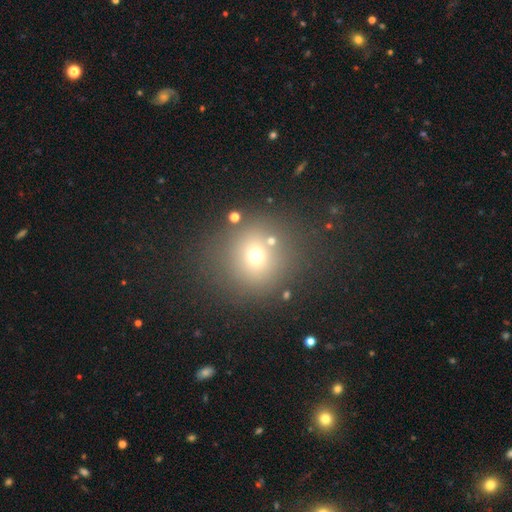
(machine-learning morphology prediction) A smooth galaxy with no disk features (64%) that is round (90%).

Vote fractions:
- Smooth or featured? smooth: 64% / star or artifact: 22% / featured or disk: 13%
- How rounded? round: 90% / in between: 9% / cigar-shaped: 1%
- Merging? none: 79% / minor disturbance: 9% / merger: 7% / major disturbance: 5%